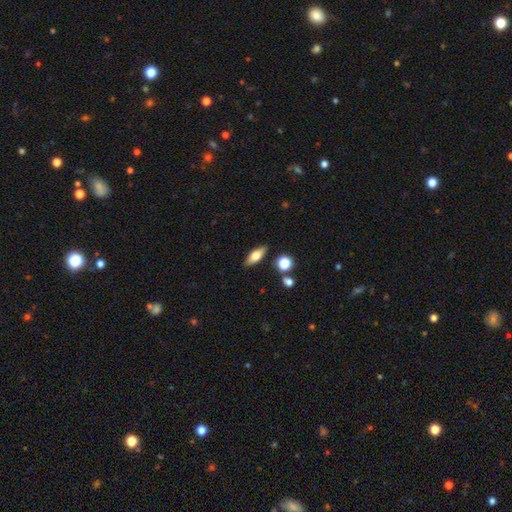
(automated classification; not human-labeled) A smooth galaxy with no disk features (61%) that is in between round and cigar-shaped (67%). Merging: none (85%).